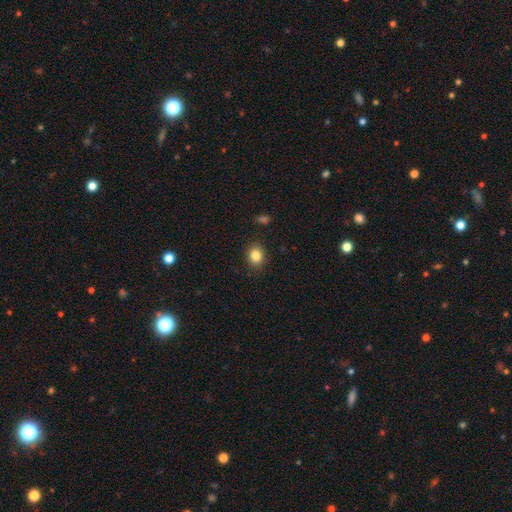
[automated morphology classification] smooth 85%, star or artifact 10%, featured or disk 5%. Down the decision tree: how rounded — round (58%); merging — none (87%).